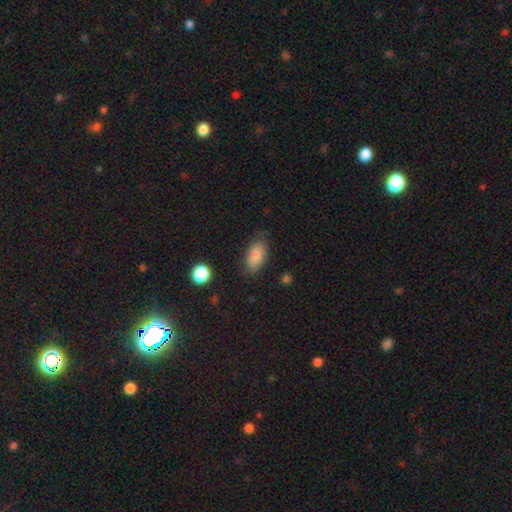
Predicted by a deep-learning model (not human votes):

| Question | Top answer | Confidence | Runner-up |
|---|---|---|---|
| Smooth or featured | smooth | 86% | star or artifact (7%) |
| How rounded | in between | 91% | cigar-shaped (5%) |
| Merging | none | 77% | minor disturbance (17%) |